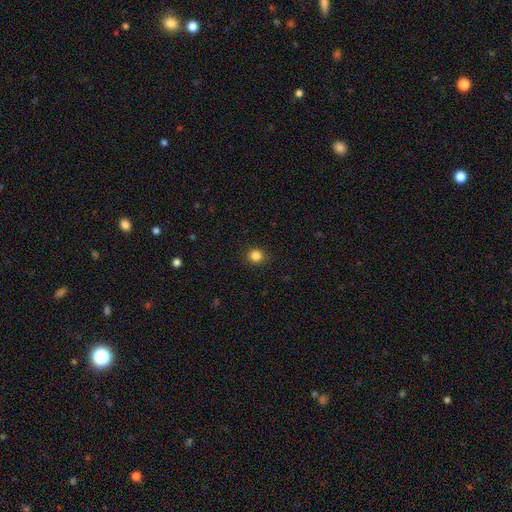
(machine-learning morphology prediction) The model was most divided on "smooth or featured": smooth: 84%, star or artifact: 12%, featured or disk: 4%. More confident: merging — none (91%); how rounded — round (86%).